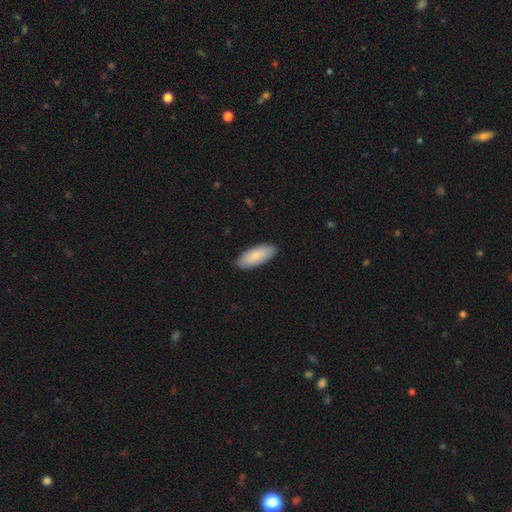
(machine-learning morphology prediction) Overall: smooth (85%). How rounded: in between (84%). Merging: none (88%).